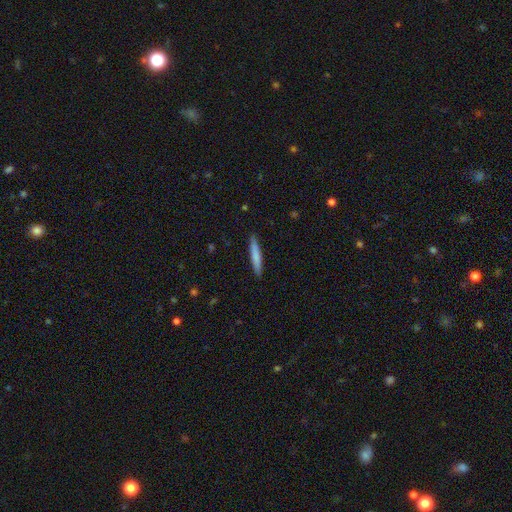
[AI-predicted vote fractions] A smooth galaxy with no disk features (76%) that is cigar-shaped (94%). Merging: none (90%).